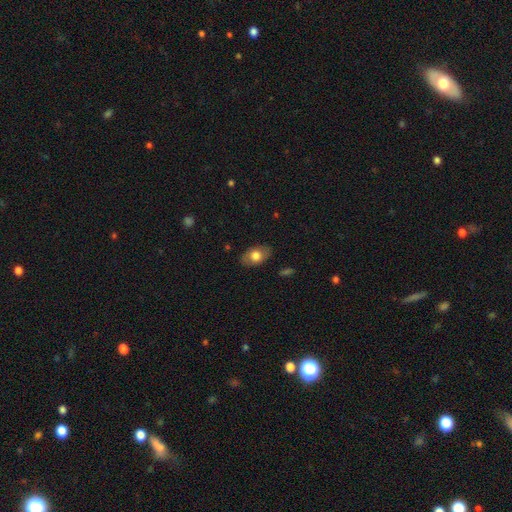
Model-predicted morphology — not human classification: The model was most divided on "smooth or featured": smooth: 71%, featured or disk: 22%, star or artifact: 7%. More confident: how rounded — in between (87%); merging — none (82%).